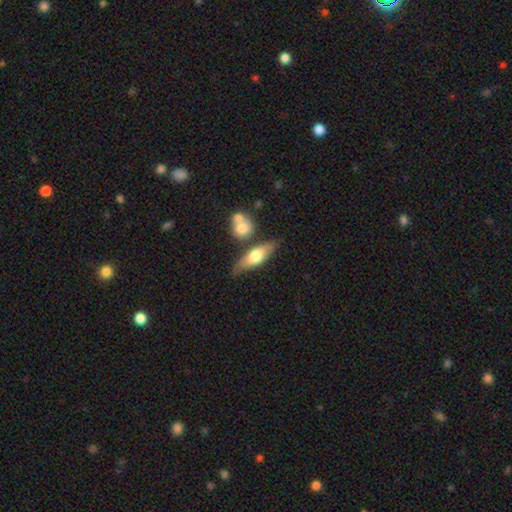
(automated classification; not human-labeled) Overall: smooth (59%; featured or disk 35%). How rounded: in between (57%; cigar-shaped 40%). Merging: none (65%).